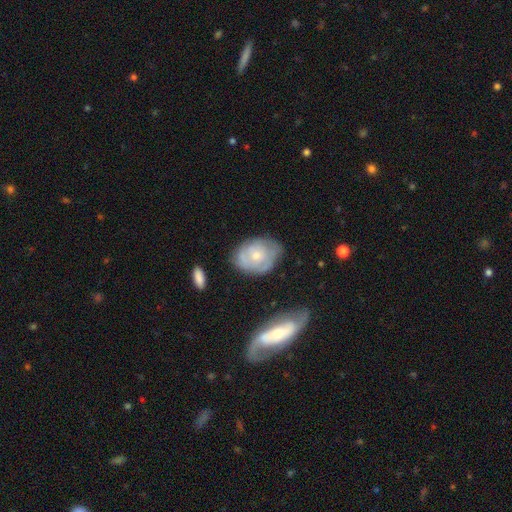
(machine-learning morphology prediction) type=featured or disk (51%); edge-on=no (95%); merging=none (63%).